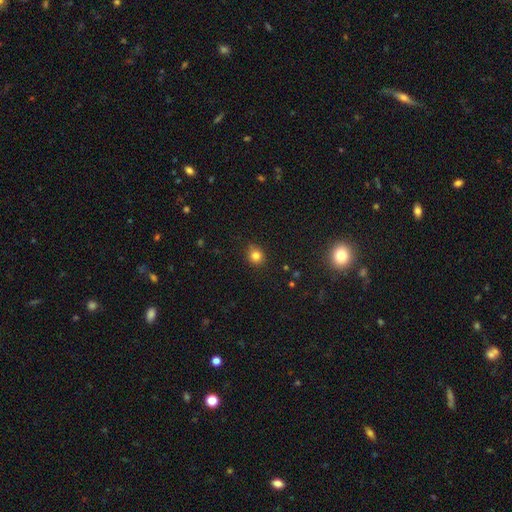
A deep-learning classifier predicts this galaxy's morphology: Smooth or featured? Predicted: smooth (p=0.81). How rounded? Predicted: round (p=0.80). Merging? Predicted: none (p=0.81).